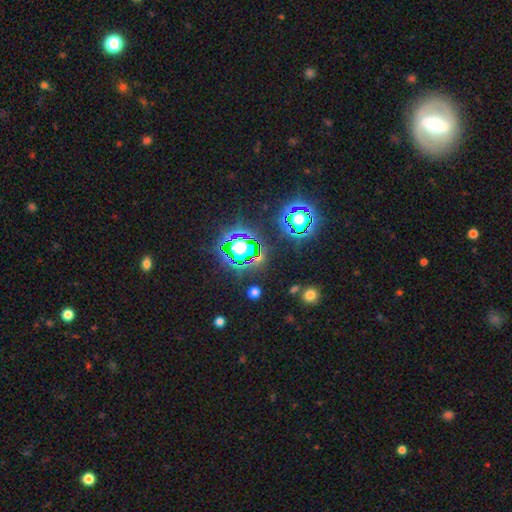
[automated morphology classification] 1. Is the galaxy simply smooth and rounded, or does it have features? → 73% star or artifact, 18% smooth, 9% featured or disk.